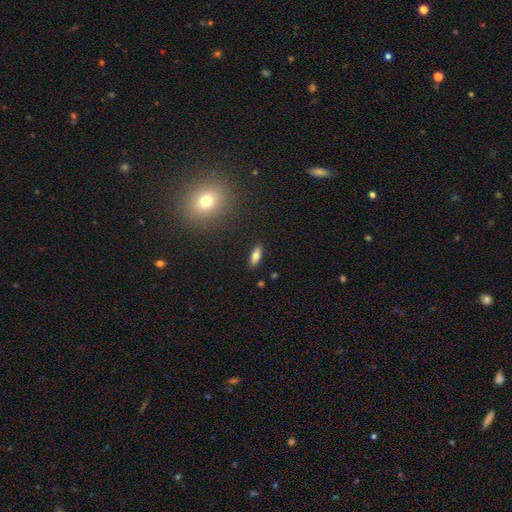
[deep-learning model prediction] A smooth galaxy with no disk features (74%) that is in between round and cigar-shaped (72%). Merging: none (88%).